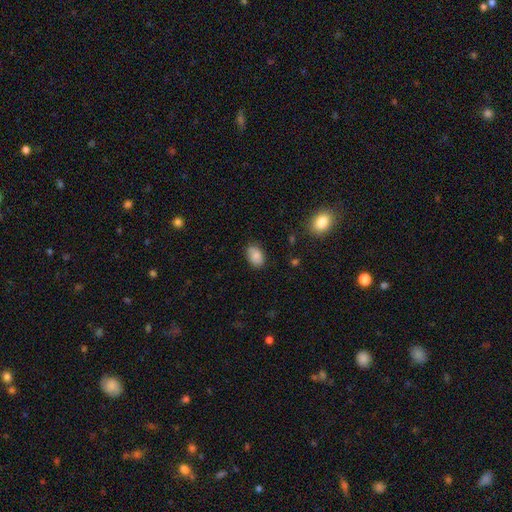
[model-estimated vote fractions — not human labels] smooth_or_featured: smooth (p=0.86) [alt: star or artifact p=0.08]
how_rounded: in between (p=0.85) [alt: round p=0.14]
merging: none (p=0.80) [alt: minor disturbance p=0.15]